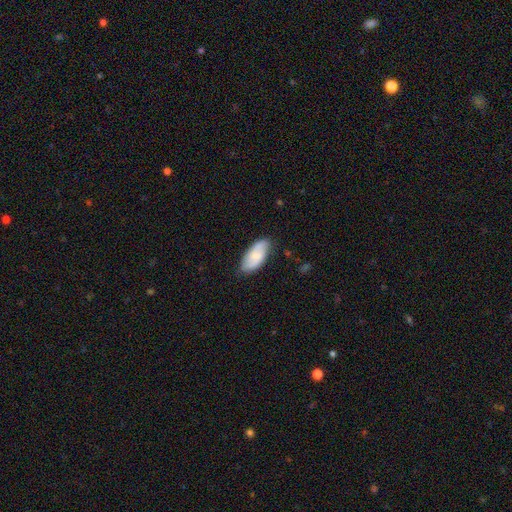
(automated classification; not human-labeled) The model was most divided on "smooth or featured": smooth: 69%, featured or disk: 24%, star or artifact: 6%. More confident: how rounded — in between (90%); merging — none (77%).